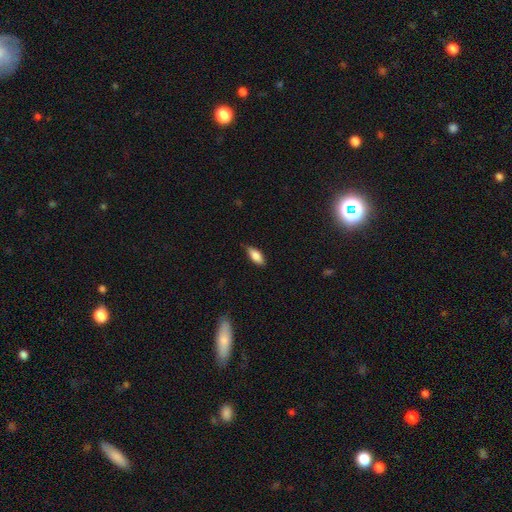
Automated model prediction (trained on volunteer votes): Smooth or featured? Predicted: smooth (p=0.83). How rounded? Predicted: in between (p=0.80). Merging? Predicted: none (p=0.77).